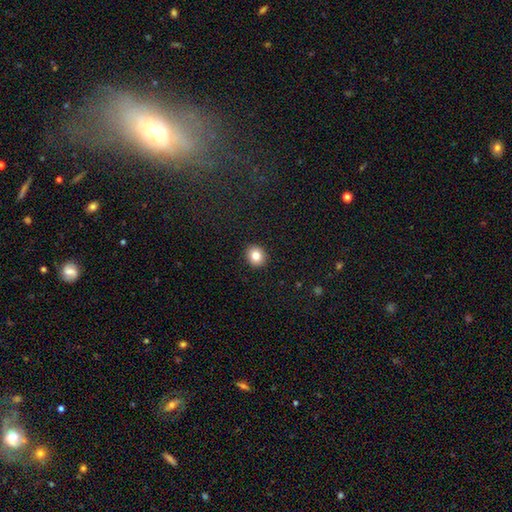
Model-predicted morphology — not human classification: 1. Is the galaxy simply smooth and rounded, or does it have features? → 83% smooth, 10% star or artifact, 7% featured or disk.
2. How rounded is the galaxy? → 73% round, 26% in between, 1% cigar-shaped.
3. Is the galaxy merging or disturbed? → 92% none, 6% minor disturbance, 2% major disturbance, 1% merger.